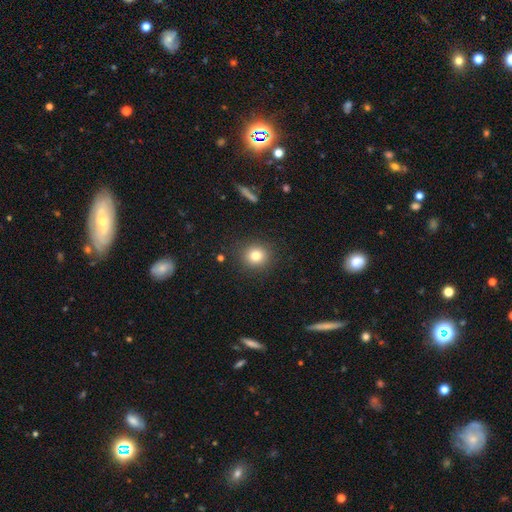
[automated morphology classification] Smooth or featured?
  - smooth: 80% *
  - star or artifact: 12%
  - featured or disk: 8%
How rounded?
  - round: 88% *
  - in between: 11%
  - cigar-shaped: 1%
Merging?
  - none: 89% *
  - minor disturbance: 7%
  - major disturbance: 3%
  - merger: 1%